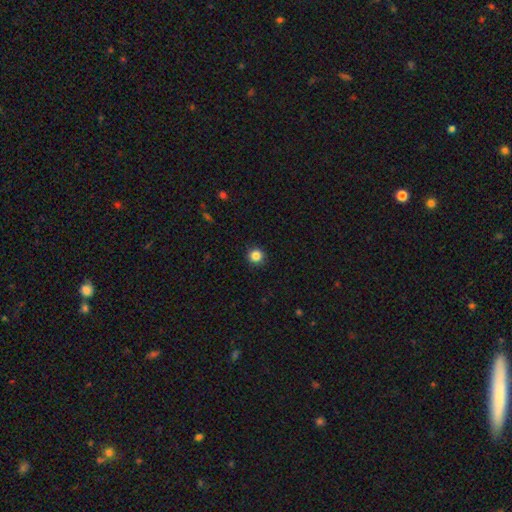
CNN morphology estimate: Overall: smooth (85%). How rounded: round (95%). Merging: none (92%).